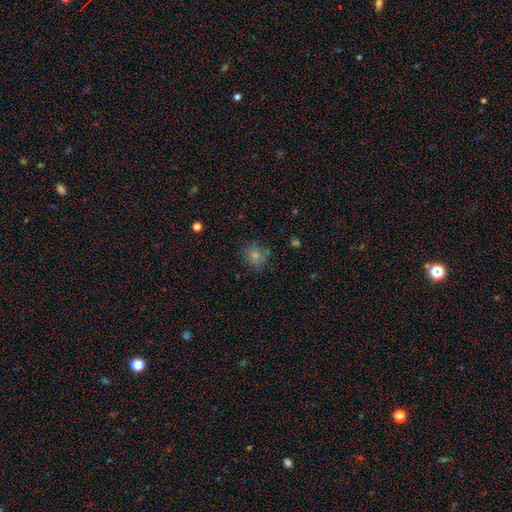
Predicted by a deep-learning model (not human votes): The model was most divided on "merging": none: 75%, minor disturbance: 17%, major disturbance: 5%, merger: 4%. More confident: how rounded — round (82%); smooth or featured — smooth (79%).